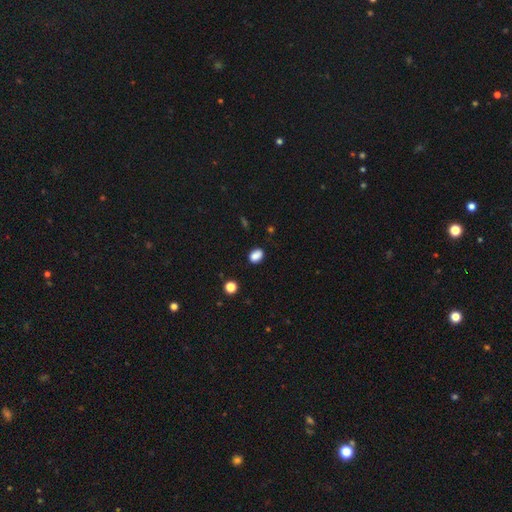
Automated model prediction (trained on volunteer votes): Q: Smooth or featured?
A: smooth (85%); runner-up: star or artifact (11%)
Q: How rounded?
A: in between (71%); runner-up: round (28%)
Q: Merging?
A: none (80%); runner-up: minor disturbance (15%)